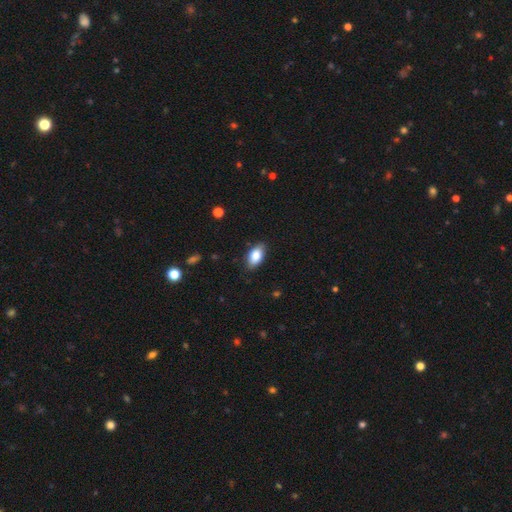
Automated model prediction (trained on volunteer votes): A smooth galaxy with no disk features (81%) that is in between round and cigar-shaped (91%).

Vote fractions:
- Smooth or featured? smooth: 81% / featured or disk: 12% / star or artifact: 7%
- How rounded? in between: 91% / round: 5% / cigar-shaped: 3%
- Merging? none: 85% / minor disturbance: 12% / major disturbance: 2% / merger: 1%